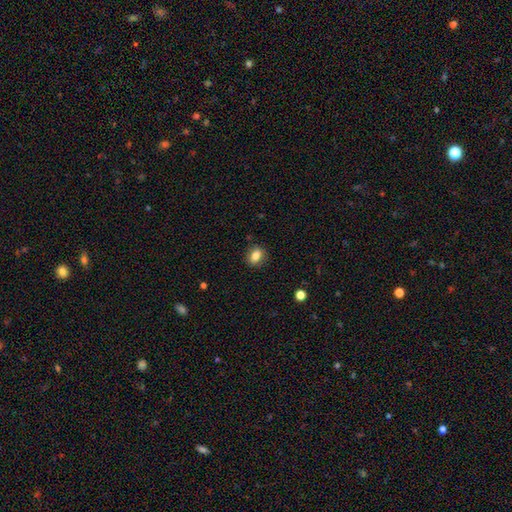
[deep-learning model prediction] smooth-or-featured: smooth: 83% | star or artifact: 9% | featured or disk: 8%
  how-rounded: in between: 63% | round: 35% | cigar-shaped: 2%
  merging: none: 85% | minor disturbance: 11% | major disturbance: 3% | merger: 1%